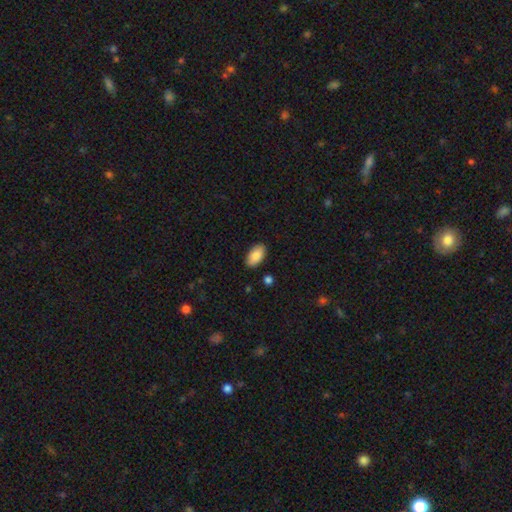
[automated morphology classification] type=smooth (88%); roundness=in between (95%); merging=none (89%).